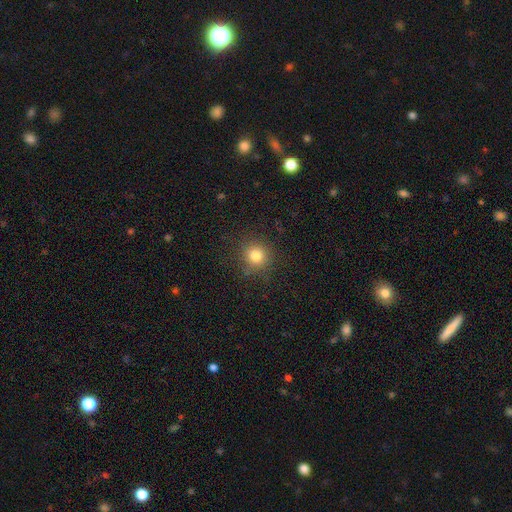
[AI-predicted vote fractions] smooth 80%, star or artifact 13%, featured or disk 6%. Down the decision tree: how rounded — round (92%); merging — none (86%).